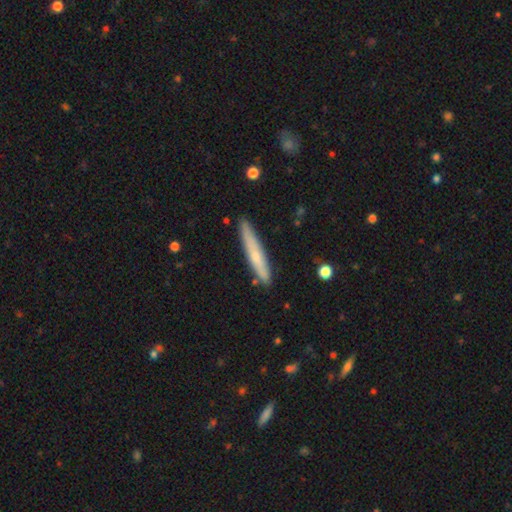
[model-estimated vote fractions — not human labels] A smooth galaxy with no disk features (55%) that is cigar-shaped (94%). Merging: none (87%).